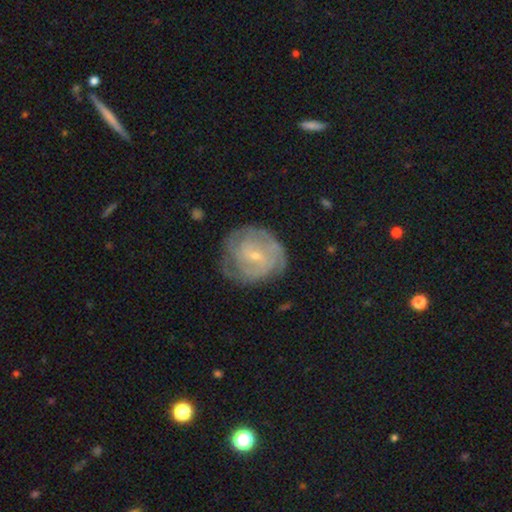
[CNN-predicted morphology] A featured or disk galaxy (74%) with no bar (52%), tight (65%) spiral arms (87%) and a small central bulge (77%).

Vote fractions:
- Smooth or featured? featured or disk: 74% / smooth: 20% / star or artifact: 6%
- Edge-on disk? no: 97% / yes: 3%
- Bar? no: 52% / weak: 40% / strong: 9%
- Spiral arms? yes: 87% / no: 13%
- Spiral winding? tight: 65% / medium: 27% / loose: 8%
- Spiral arm count? can't tell: 43% / 2: 23% / 3: 16% / 4: 8% / 1: 5% / more than 4: 4%
- Bulge size? small: 77% / moderate: 20% / none: 2% / large: 1% / dominant: 1%
- Merging? none: 69% / minor disturbance: 20% / major disturbance: 9% / merger: 1%